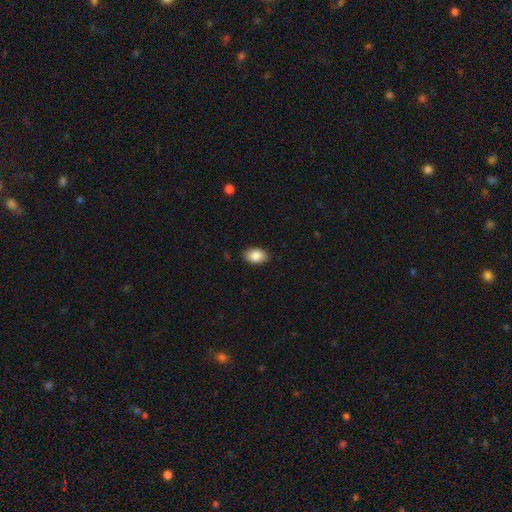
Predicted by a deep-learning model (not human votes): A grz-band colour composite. It shows a smooth galaxy with no disk features (87%) that is in between round and cigar-shaped (86%). Merging: none (87%).